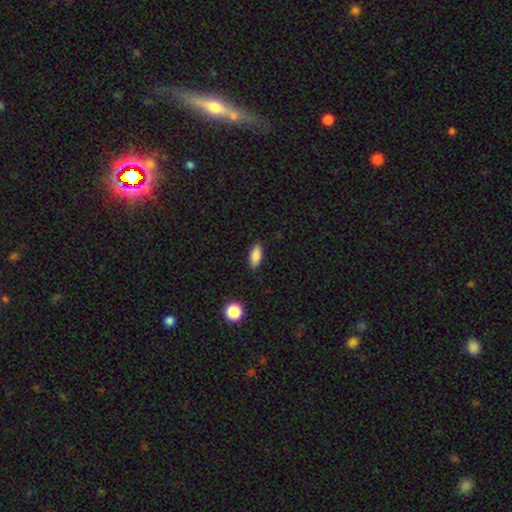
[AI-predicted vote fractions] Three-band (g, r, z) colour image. It shows a smooth galaxy with no disk features (86%) that is in between round and cigar-shaped (81%). Merging: none (86%).